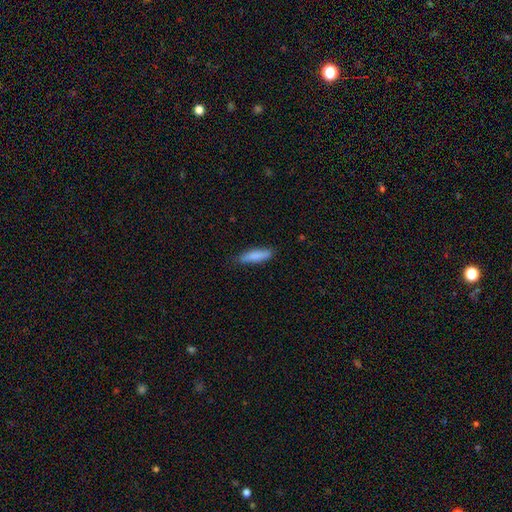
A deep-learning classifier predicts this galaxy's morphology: The model was most divided on "how rounded": cigar-shaped: 64%, in between: 35%, round: 2%. More confident: smooth or featured — smooth (84%); merging — none (78%).